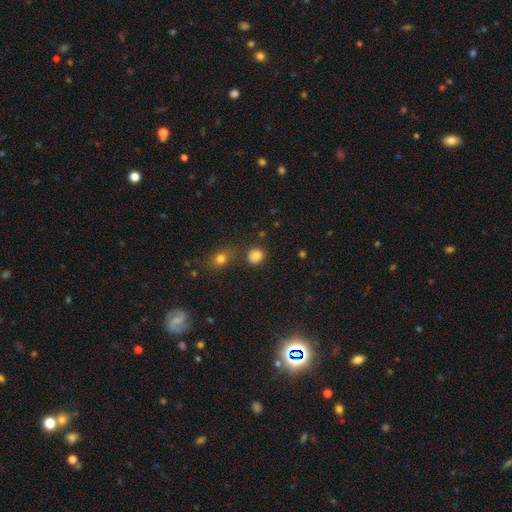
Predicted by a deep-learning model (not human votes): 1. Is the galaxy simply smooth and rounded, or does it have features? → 84% smooth, 12% star or artifact, 5% featured or disk.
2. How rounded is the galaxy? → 83% round, 16% in between, 1% cigar-shaped.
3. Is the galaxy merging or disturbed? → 80% none, 11% minor disturbance, 6% merger, 3% major disturbance.